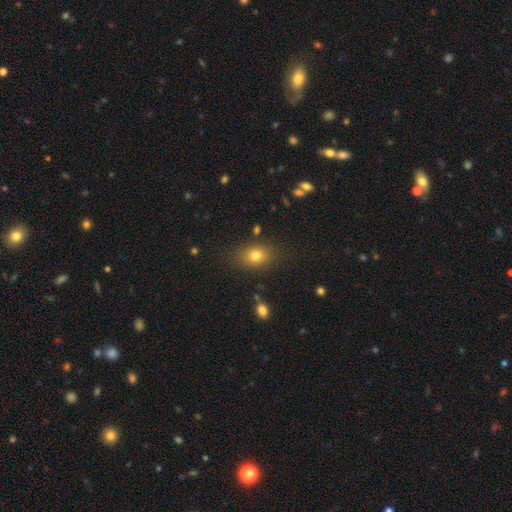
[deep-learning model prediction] Q: Smooth or featured?
A: smooth (77%); runner-up: star or artifact (13%)
Q: How rounded?
A: in between (65%); runner-up: round (34%)
Q: Merging?
A: none (82%); runner-up: minor disturbance (12%)